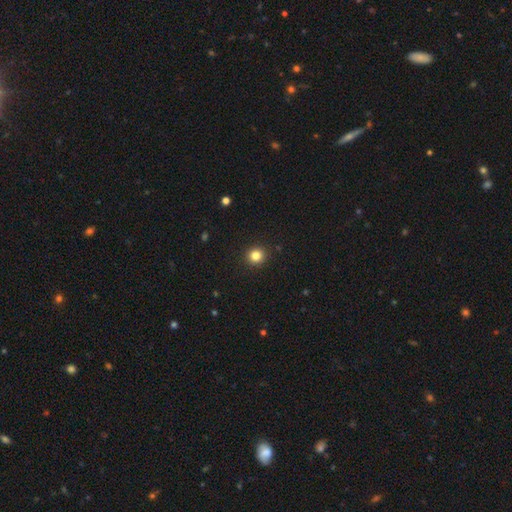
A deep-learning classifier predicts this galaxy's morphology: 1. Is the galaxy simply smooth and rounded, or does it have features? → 82% smooth, 12% star or artifact, 5% featured or disk.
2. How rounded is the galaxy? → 92% round, 7% in between, 1% cigar-shaped.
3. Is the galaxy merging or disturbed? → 92% none, 5% minor disturbance, 2% major disturbance, 1% merger.